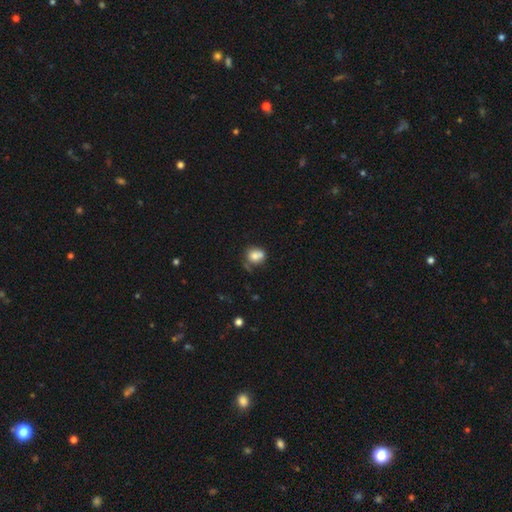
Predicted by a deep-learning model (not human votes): Morphology: type=smooth (75%); roundness=round (72%); merging=none (42%).